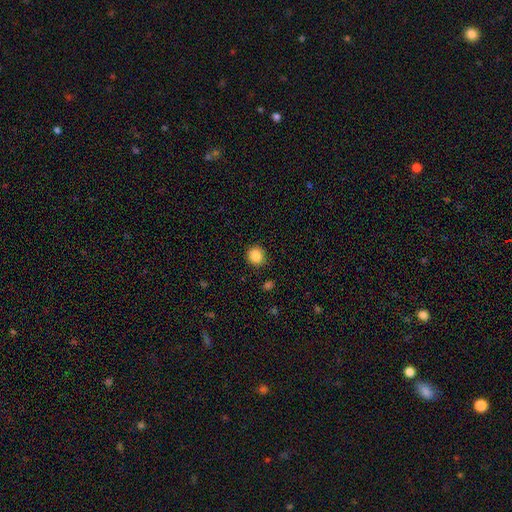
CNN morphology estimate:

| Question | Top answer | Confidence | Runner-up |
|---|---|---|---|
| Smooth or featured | smooth | 87% | star or artifact (10%) |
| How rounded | round | 83% | in between (16%) |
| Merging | none | 87% | minor disturbance (9%) |